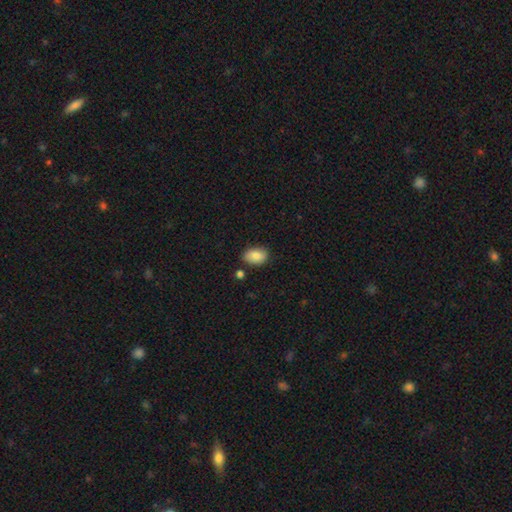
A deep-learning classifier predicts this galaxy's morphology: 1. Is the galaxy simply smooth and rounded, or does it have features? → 86% smooth, 7% star or artifact, 7% featured or disk.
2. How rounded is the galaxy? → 86% in between, 13% round, 1% cigar-shaped.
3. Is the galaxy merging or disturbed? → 80% none, 13% minor disturbance, 3% merger, 3% major disturbance.